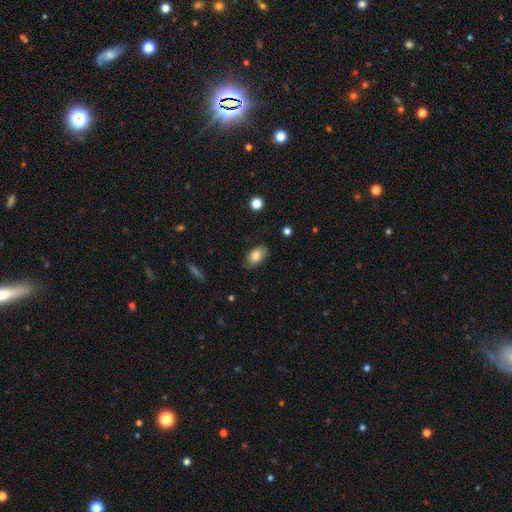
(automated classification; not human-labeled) Overall: smooth (82%). How rounded: in between (91%). Merging: none (83%).